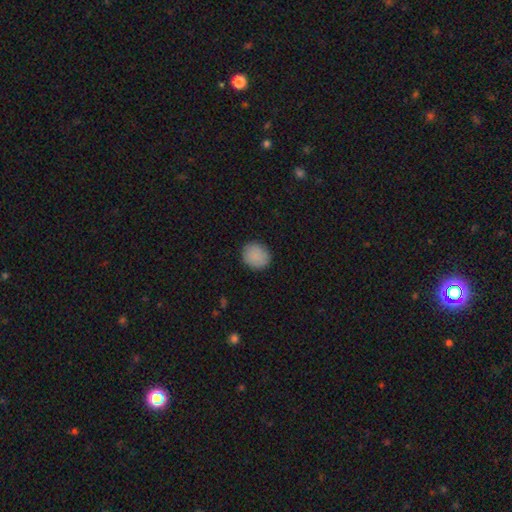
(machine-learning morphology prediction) type=smooth (88%); roundness=round (79%); merging=none (88%).